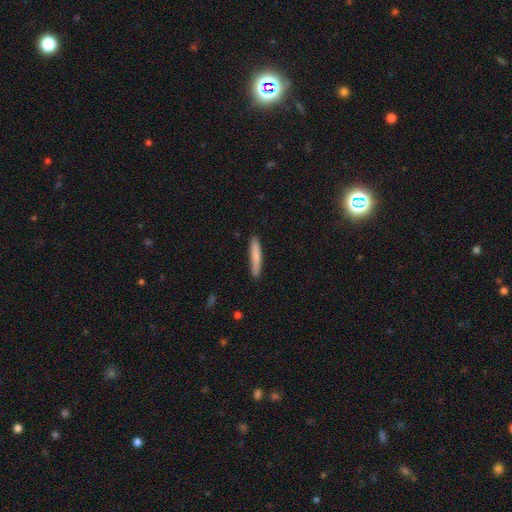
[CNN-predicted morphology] type=smooth (78%); roundness=cigar-shaped (93%); merging=none (87%).